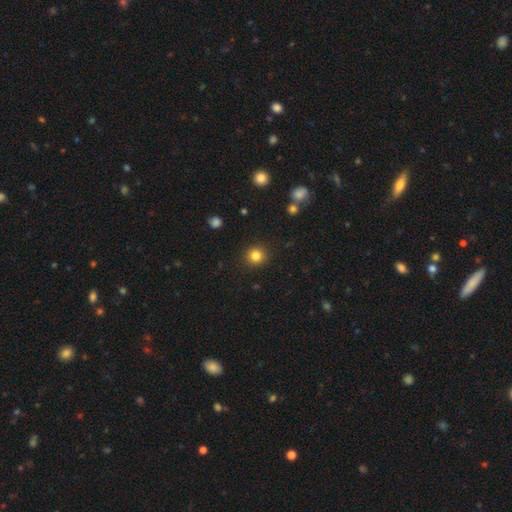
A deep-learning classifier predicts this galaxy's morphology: Smooth or featured?
  - smooth: 82% *
  - star or artifact: 12%
  - featured or disk: 5%
How rounded?
  - round: 93% *
  - in between: 6%
  - cigar-shaped: 1%
Merging?
  - none: 91% *
  - minor disturbance: 5%
  - major disturbance: 2%
  - merger: 1%